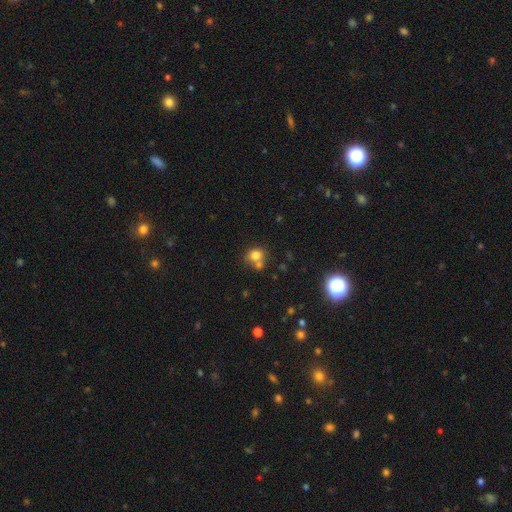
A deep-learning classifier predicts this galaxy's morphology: This appears to be a smooth galaxy with no disk features (78%) that is round (76%). Merging: none (51%).